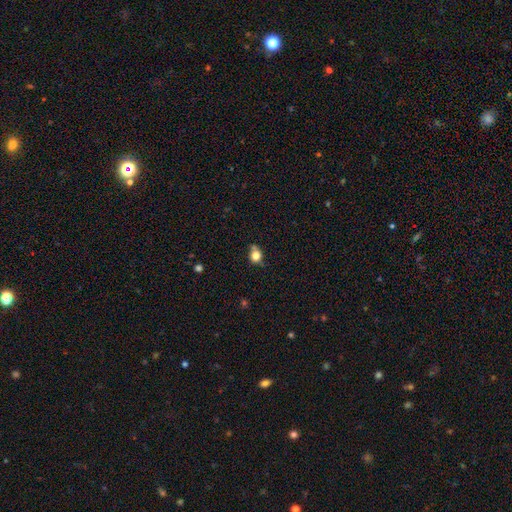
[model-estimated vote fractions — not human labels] This is likely a smooth galaxy (77%). How rounded: likely round (76%). Merging: likely none (61%).